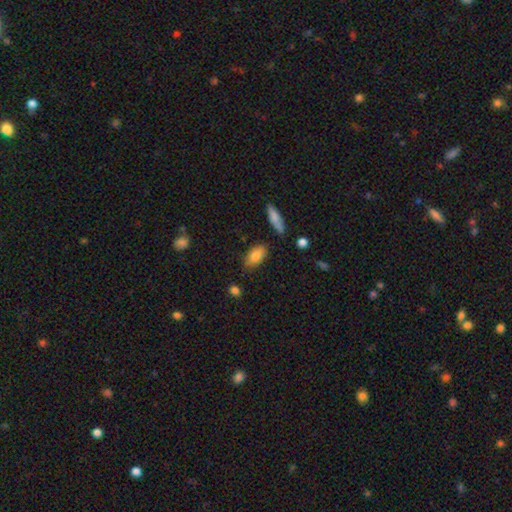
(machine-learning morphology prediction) smooth-or-featured: smooth: 83% | featured or disk: 10% | star or artifact: 7%
  how-rounded: in between: 89% | cigar-shaped: 8% | round: 3%
  merging: none: 79% | minor disturbance: 15% | major disturbance: 3% | merger: 3%